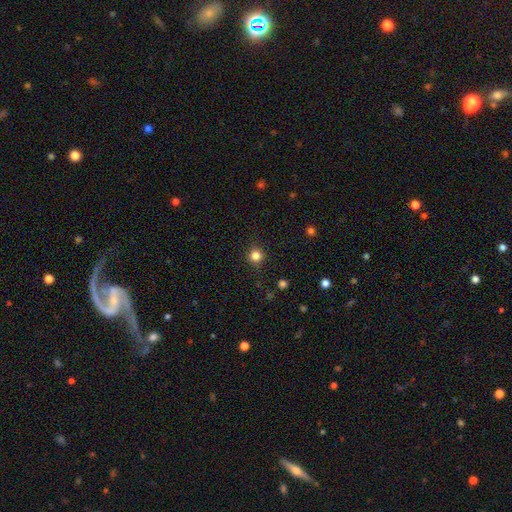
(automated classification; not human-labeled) Smooth or featured? smooth (82%)
How rounded? round (93%)
Merging? none (88%)